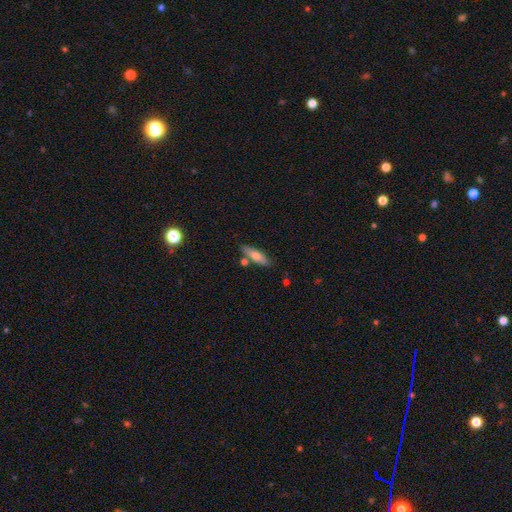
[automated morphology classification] Smooth or featured: smooth — 66% (featured or disk — 27%)
How rounded: cigar-shaped — 57% (in between — 40%)
Merging: none — 77% (minor disturbance — 12%)